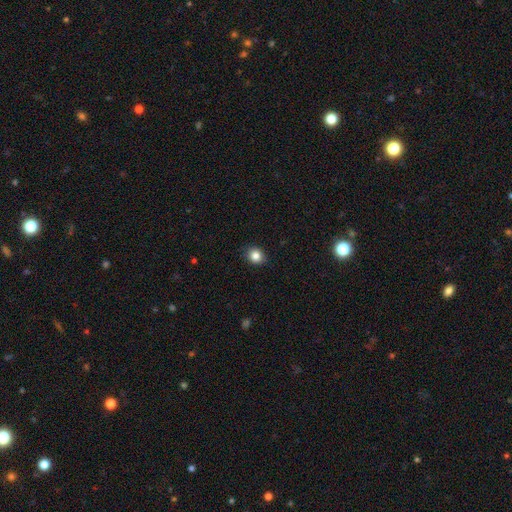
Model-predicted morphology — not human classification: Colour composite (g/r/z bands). It shows a smooth galaxy with no disk features (84%) that is round (70%). Merging: none (88%).